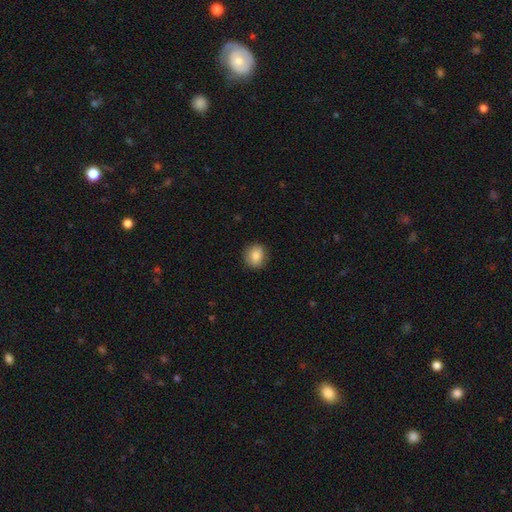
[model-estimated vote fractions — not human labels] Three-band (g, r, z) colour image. It shows a smooth galaxy with no disk features (86%) that is round (78%). Merging: none (86%).